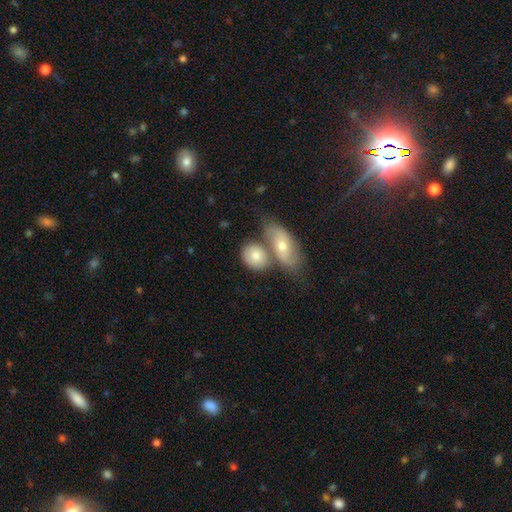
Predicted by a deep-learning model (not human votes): The model was most divided on "merging": merger: 46%, none: 39%, minor disturbance: 11%, major disturbance: 4%. More confident: smooth or featured — smooth (72%); how rounded — in between (58%).